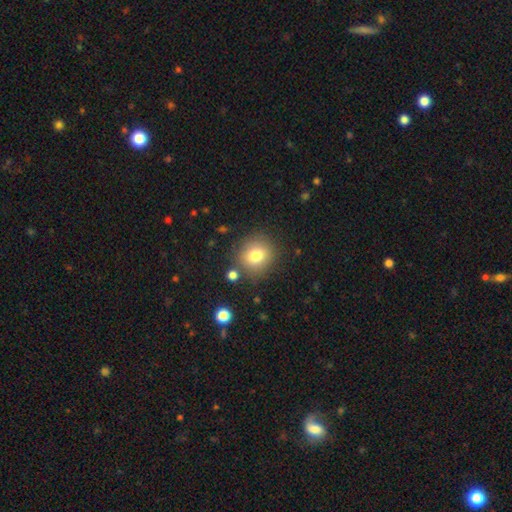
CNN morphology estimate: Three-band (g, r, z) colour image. It shows a smooth galaxy with no disk features (78%) that is round (83%). Merging: none (82%).